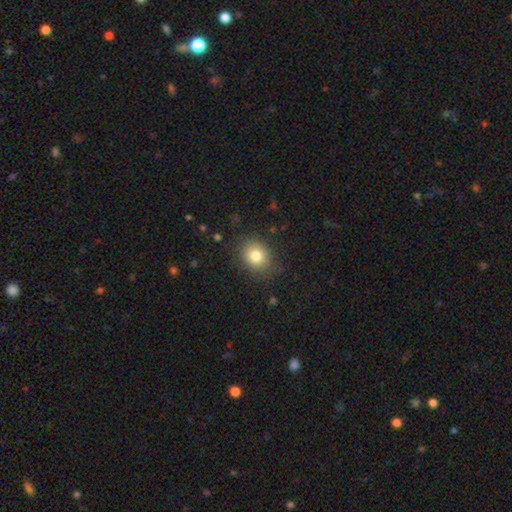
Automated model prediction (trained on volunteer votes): Q: Smooth or featured?
A: smooth (80%); runner-up: star or artifact (10%)
Q: How rounded?
A: round (59%); runner-up: in between (40%)
Q: Merging?
A: none (83%); runner-up: minor disturbance (12%)